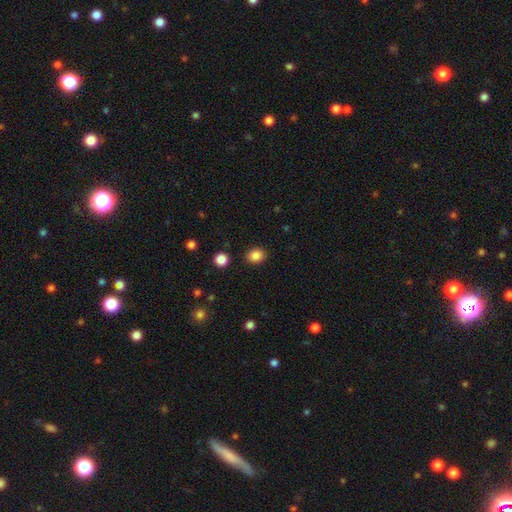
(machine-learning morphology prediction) Smooth or featured? smooth (86%)
How rounded? round (56%)
Merging? none (88%)